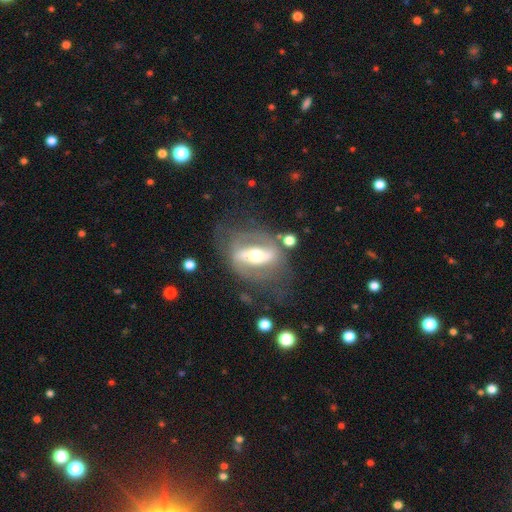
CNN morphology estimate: type=featured or disk (79%); edge-on=no (87%); bar=strong (68%); spiral arms=yes (61%); bulge=moderate (65%); merging=none (60%).